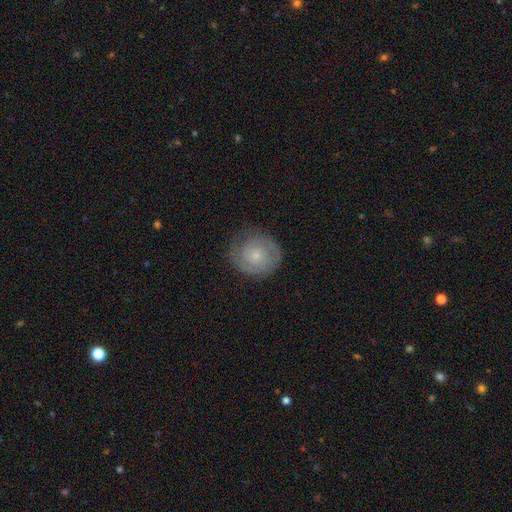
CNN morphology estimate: Smooth or featured? featured or disk (51%)
Edge-on disk? no (97%)
Merging? none (72%)